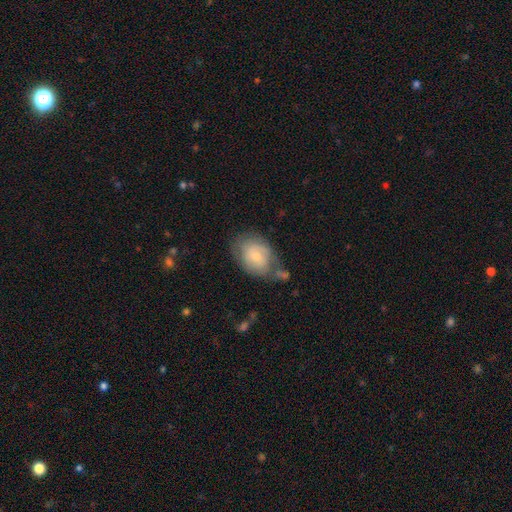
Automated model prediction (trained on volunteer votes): Morphology: type=smooth (49%); merging=none (48%).